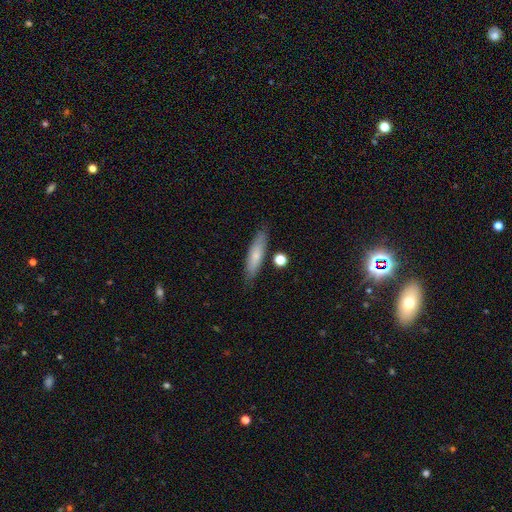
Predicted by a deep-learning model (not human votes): smooth_or_featured: smooth (p=0.70) [alt: featured or disk p=0.24]
how_rounded: cigar-shaped (p=0.73) [alt: in between p=0.25]
merging: none (p=0.82) [alt: minor disturbance p=0.12]